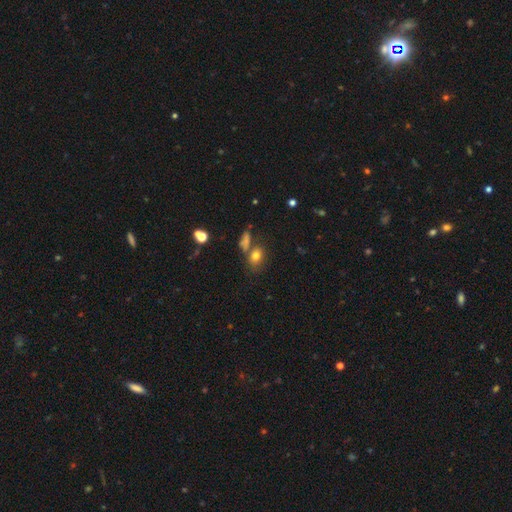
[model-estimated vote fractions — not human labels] Overall: smooth (75%). How rounded: in between (56%; round 42%). Merging: none (57%; merger 23%).